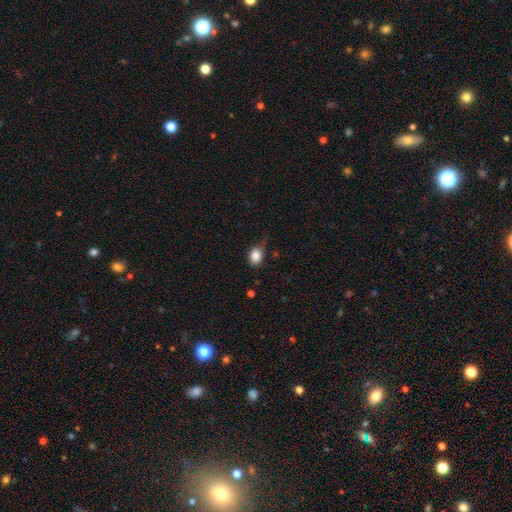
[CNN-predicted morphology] This appears to be a smooth galaxy with no disk features (86%) that is in between round and cigar-shaped (60%). Merging: none (63%).